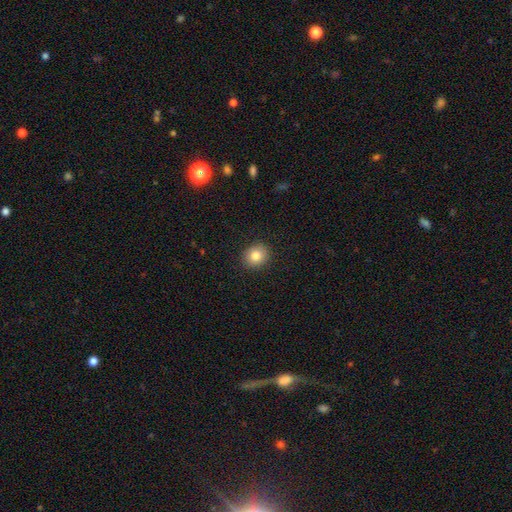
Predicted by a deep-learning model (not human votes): Smooth or featured? Predicted: smooth (p=0.83). How rounded? Predicted: round (p=0.73). Merging? Predicted: none (p=0.91).